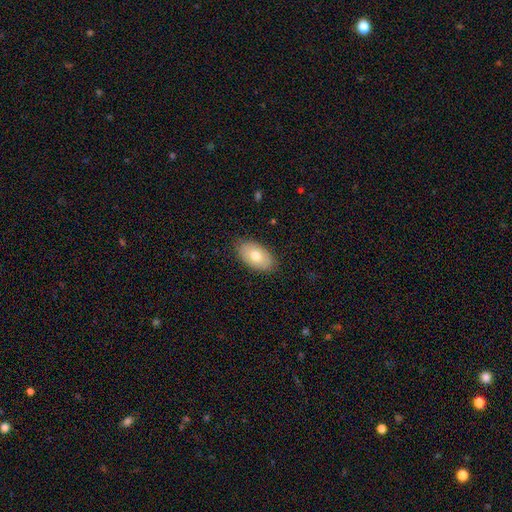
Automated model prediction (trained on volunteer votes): Morphology: type=smooth (74%); roundness=in between (94%); merging=none (86%).